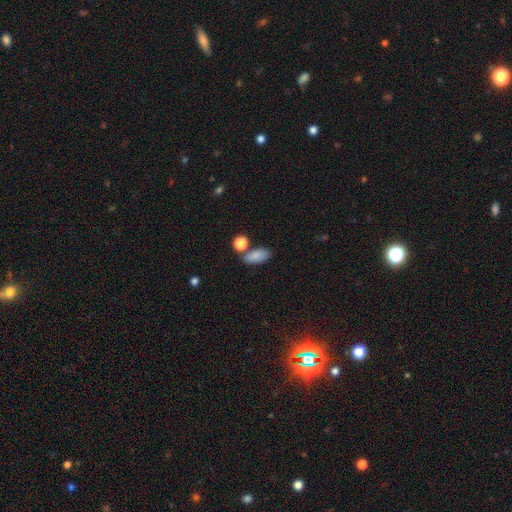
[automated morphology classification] smooth-or-featured: smooth: 85% | star or artifact: 8% | featured or disk: 6%
  how-rounded: in between: 86% | cigar-shaped: 8% | round: 6%
  merging: none: 67% | merger: 14% | minor disturbance: 14% | major disturbance: 4%